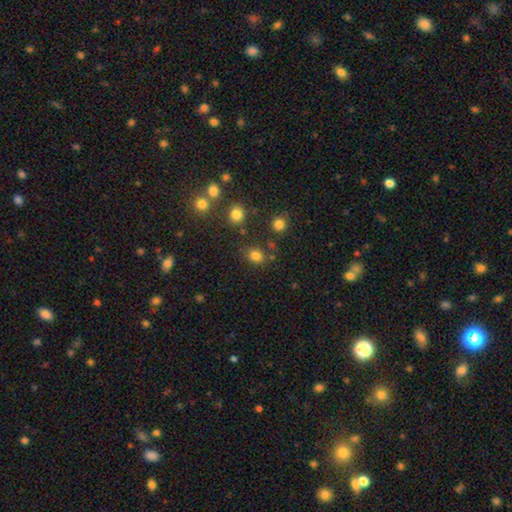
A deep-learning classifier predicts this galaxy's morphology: This is likely a smooth galaxy (79%). How rounded: likely round (65%). Merging: likely none (77%).